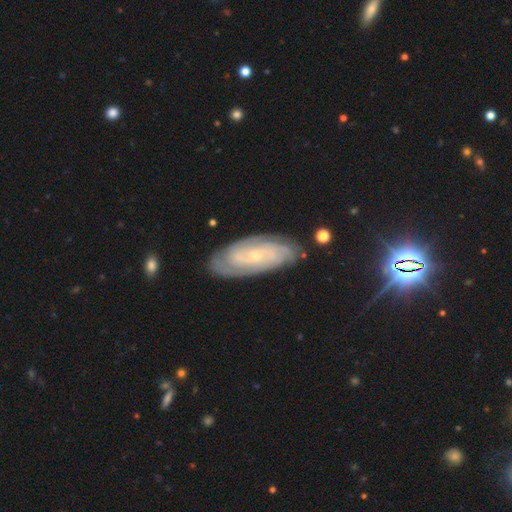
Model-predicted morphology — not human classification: Smooth or featured: featured or disk — 80% (smooth — 13%)
Edge-on disk: no — 92% (yes — 8%)
Bar: no — 69% (weak — 24%)
Spiral arms: yes — 95% (no — 5%)
Spiral winding: tight — 72% (medium — 23%)
Spiral arm count: can't tell — 37% (2 — 22%)
Bulge size: small — 81% (moderate — 15%)
Merging: none — 81% (minor disturbance — 14%)